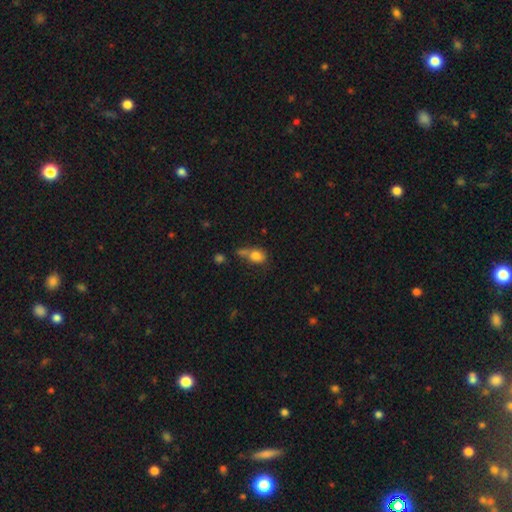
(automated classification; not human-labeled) smooth-or-featured: smooth: 79% | star or artifact: 10% | featured or disk: 10%
  how-rounded: in between: 59% | round: 39% | cigar-shaped: 3%
  merging: none: 39% | merger: 29% | minor disturbance: 21% | major disturbance: 11%